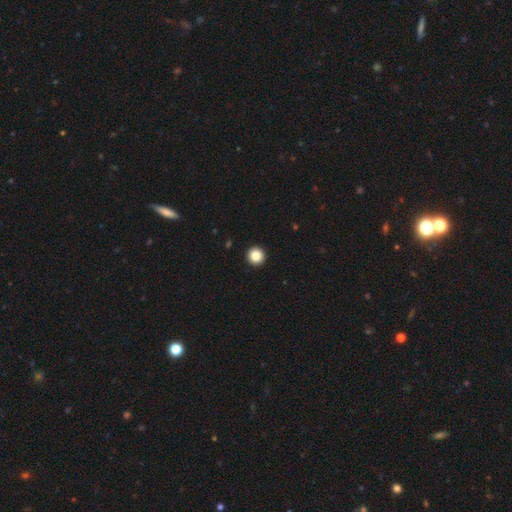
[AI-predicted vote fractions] smooth_or_featured: smooth (p=0.86) [alt: star or artifact p=0.10]
how_rounded: round (p=0.97) [alt: in between p=0.02]
merging: none (p=0.94) [alt: minor disturbance p=0.03]